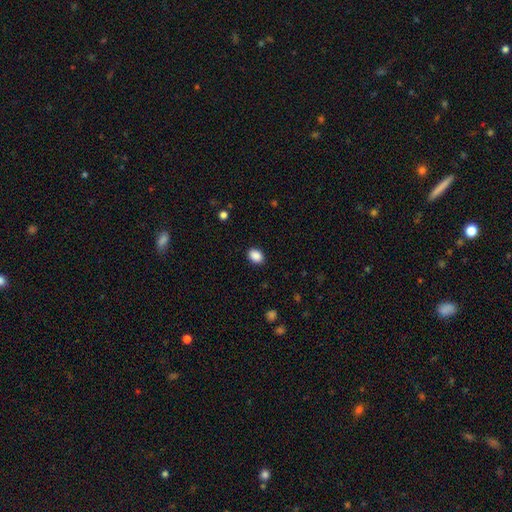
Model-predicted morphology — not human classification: Smooth or featured: smooth — 89% (star or artifact — 8%)
How rounded: in between — 68% (round — 31%)
Merging: none — 89% (minor disturbance — 8%)